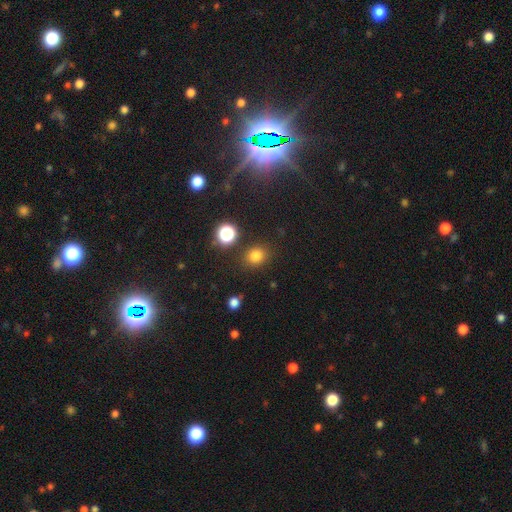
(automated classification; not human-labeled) Morphology: type=smooth (79%); roundness=round (72%); merging=none (84%).